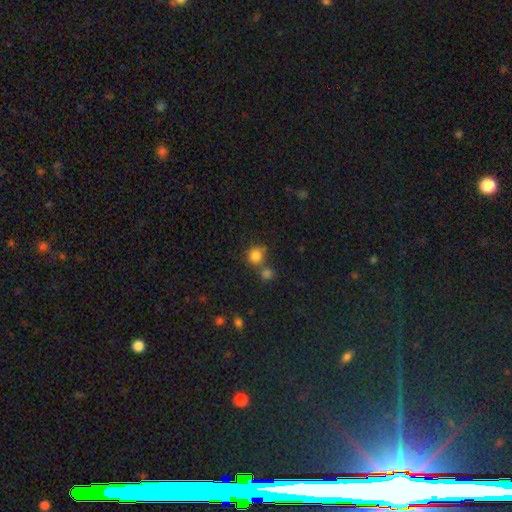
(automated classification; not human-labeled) The model was most divided on "merging": none: 61%, merger: 24%, minor disturbance: 11%, major disturbance: 4%. More confident: how rounded — round (87%); smooth or featured — smooth (82%).